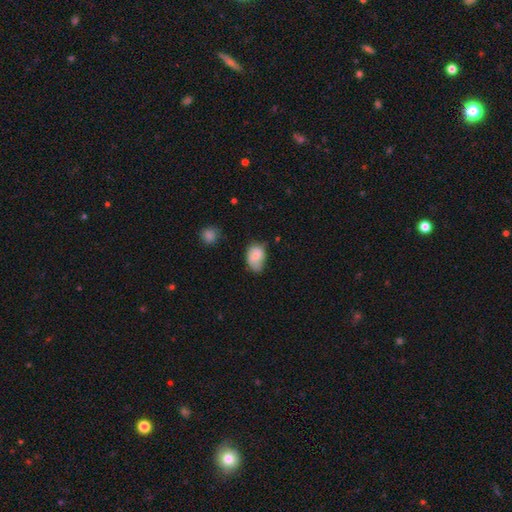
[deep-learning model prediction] Smooth or featured: smooth — 73% (featured or disk — 19%)
How rounded: in between — 80% (round — 19%)
Merging: none — 46% (minor disturbance — 39%)